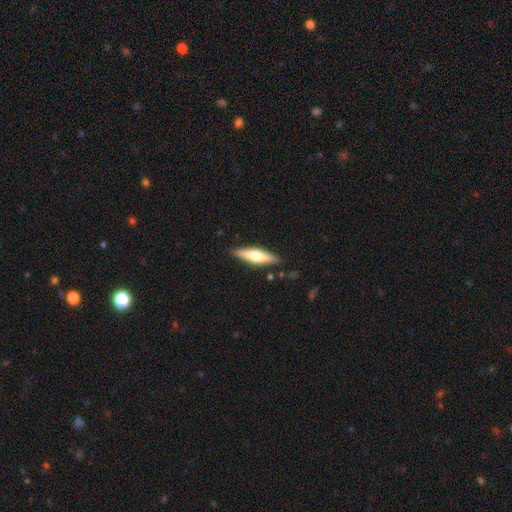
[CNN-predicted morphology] This is possibly a smooth galaxy (51%). How rounded: likely cigar-shaped (67%). Merging: clearly none (87%).